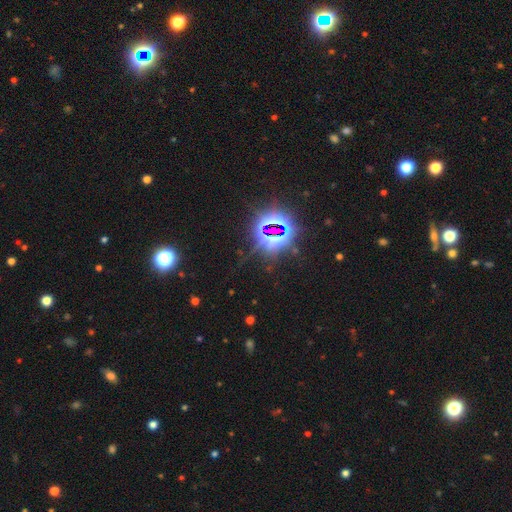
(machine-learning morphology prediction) Smooth or featured: star or artifact — 83% (smooth — 10%)